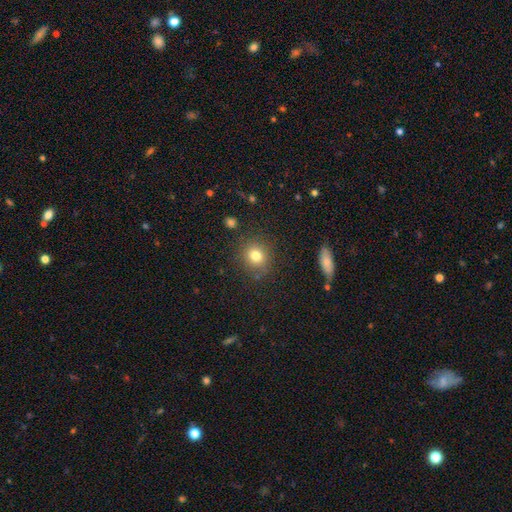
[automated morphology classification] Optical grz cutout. It shows a smooth galaxy with no disk features (80%) that is round (83%). Merging: none (85%).